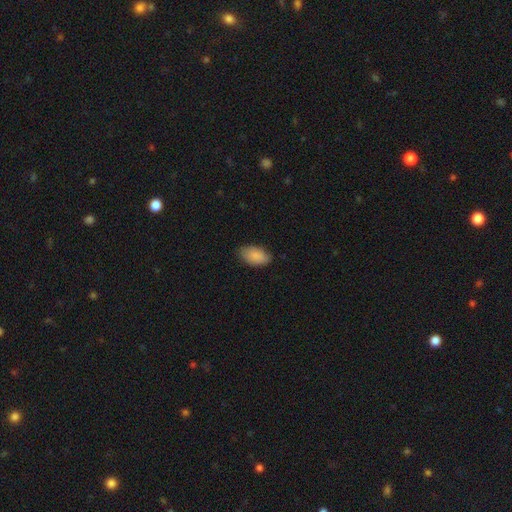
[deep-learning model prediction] Overall: smooth (88%). How rounded: in between (94%). Merging: none (78%).